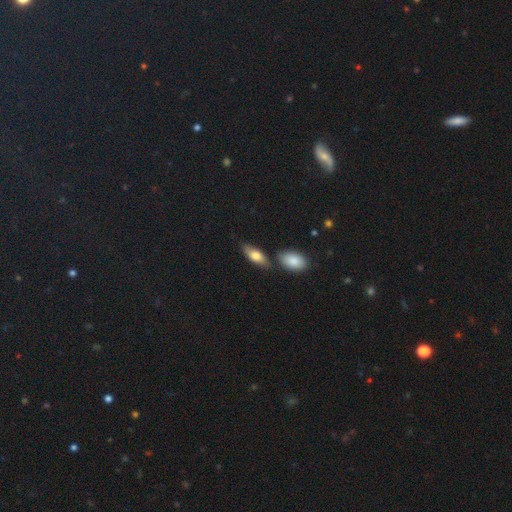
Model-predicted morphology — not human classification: This is likely a smooth galaxy (73%). How rounded: likely in between (78%). Merging: likely none (68%).